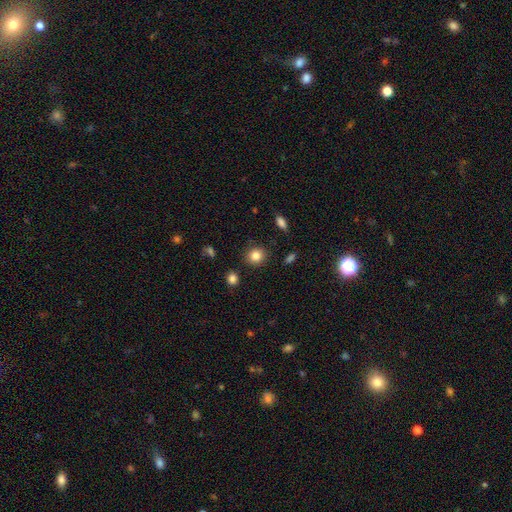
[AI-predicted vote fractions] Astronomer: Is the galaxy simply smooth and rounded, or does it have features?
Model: smooth — 84%.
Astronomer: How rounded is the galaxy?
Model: round — 83%.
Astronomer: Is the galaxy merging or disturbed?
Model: none — 88%.